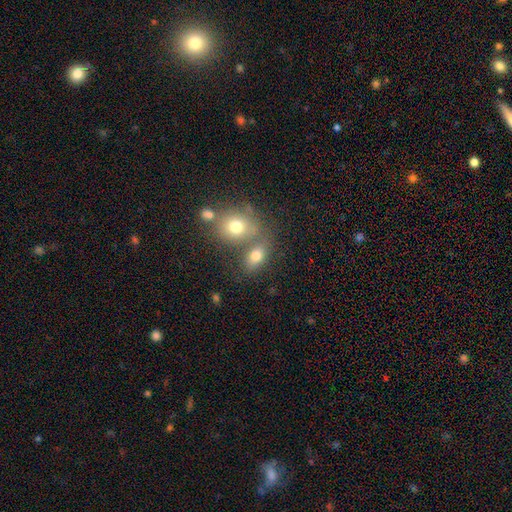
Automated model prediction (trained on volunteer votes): This is likely a smooth galaxy (75%). How rounded: likely in between (67%). Merging: possibly none (48%).